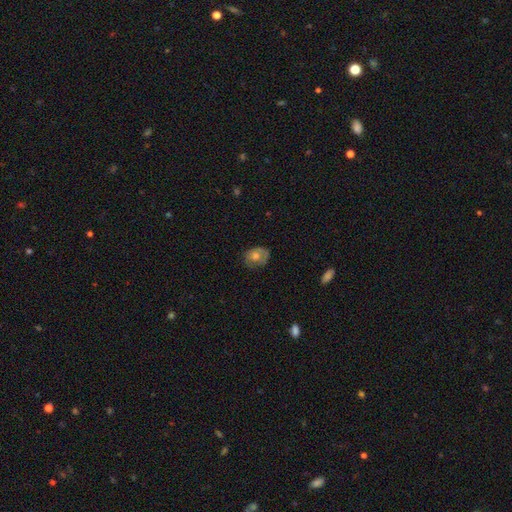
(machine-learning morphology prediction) This appears to be a smooth galaxy with no disk features (55%) that is round (51%). Merging: none (69%).